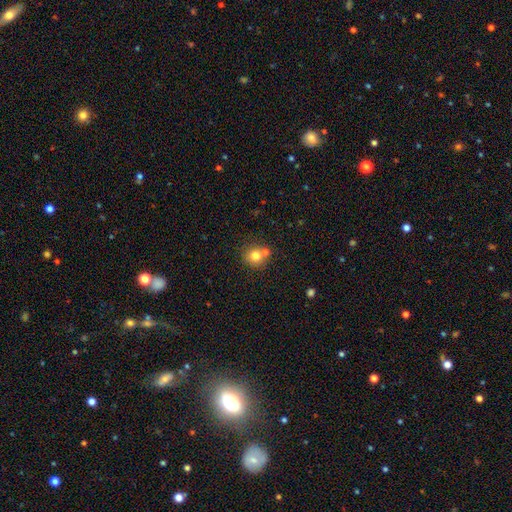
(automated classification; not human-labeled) Smooth or featured: smooth — 77% (star or artifact — 12%)
How rounded: round — 87% (in between — 12%)
Merging: none — 62% (merger — 26%)